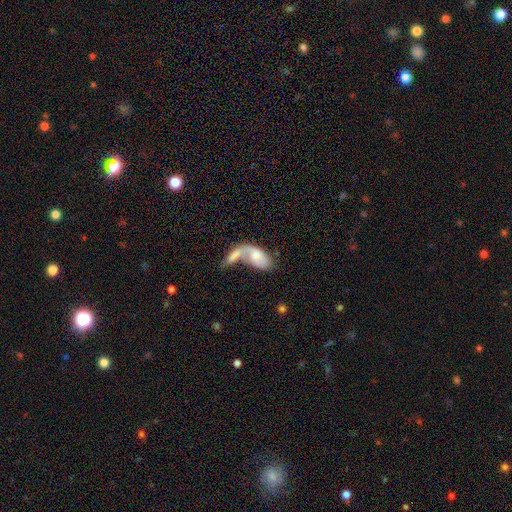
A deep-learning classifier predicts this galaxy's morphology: smooth_or_featured: smooth (p=0.53) [alt: featured or disk p=0.41]
how_rounded: in between (p=0.88) [alt: cigar-shaped p=0.08]
merging: merger (p=0.65) [alt: none p=0.15]